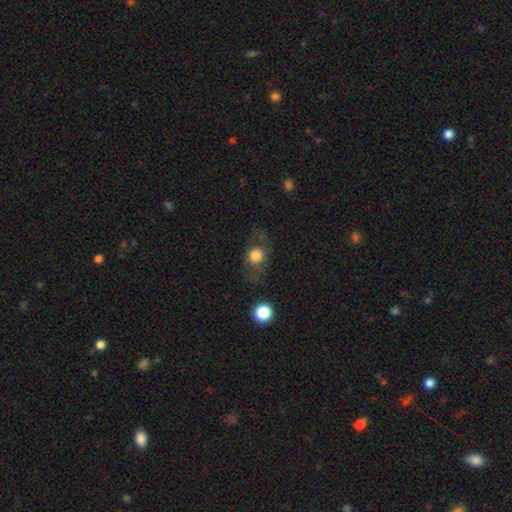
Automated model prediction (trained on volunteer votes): This appears to be a smooth galaxy with no disk features (68%) that is round (75%). Merging: none (61%).